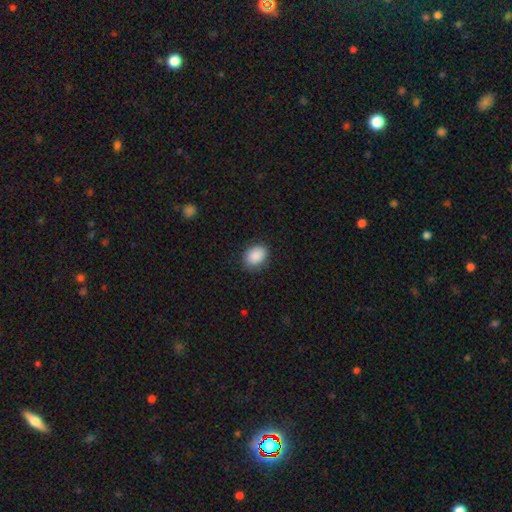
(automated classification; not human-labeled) Smooth or featured? Predicted: smooth (p=0.89). How rounded? Predicted: in between (p=0.71). Merging? Predicted: none (p=0.85).